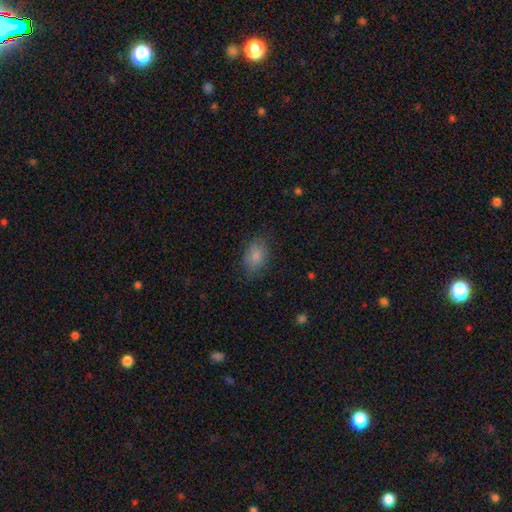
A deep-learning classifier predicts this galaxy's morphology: Smooth or featured? Predicted: smooth (p=0.84). How rounded? Predicted: in between (p=0.85). Merging? Predicted: none (p=0.76).